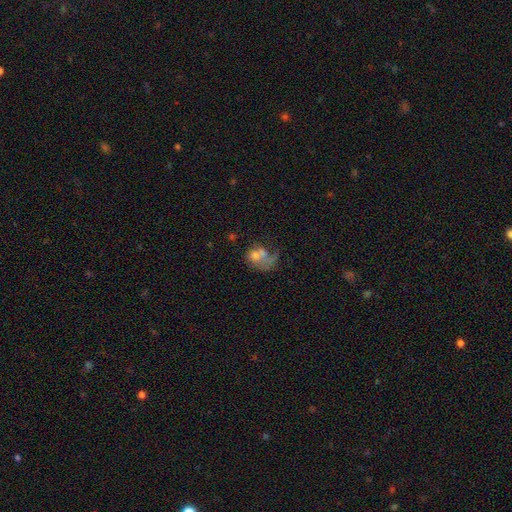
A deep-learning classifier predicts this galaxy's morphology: smooth 50%, featured or disk 40%, star or artifact 11%. Down the decision tree: merging — major disturbance (37%).